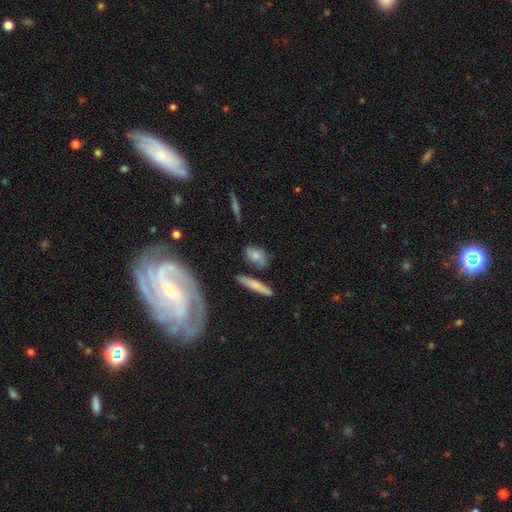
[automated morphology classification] smooth-or-featured: smooth: 65% | featured or disk: 26% | star or artifact: 9%
  how-rounded: in between: 65% | round: 21% | cigar-shaped: 14%
  merging: none: 64% | minor disturbance: 20% | merger: 10% | major disturbance: 7%